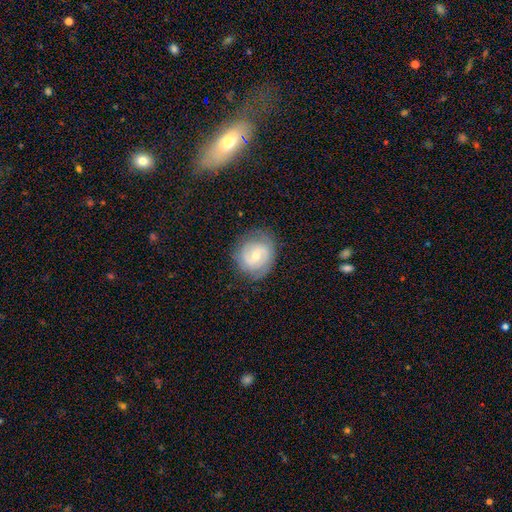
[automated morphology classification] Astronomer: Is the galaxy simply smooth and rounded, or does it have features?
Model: featured or disk — 69%.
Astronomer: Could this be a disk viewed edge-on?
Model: no — 98%.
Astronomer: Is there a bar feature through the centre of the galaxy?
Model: weak — 55% (runner-up: no, 33%).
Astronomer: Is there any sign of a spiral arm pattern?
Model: yes — 89%.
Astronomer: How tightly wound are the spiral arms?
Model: tight — 47% (runner-up: medium, 40%).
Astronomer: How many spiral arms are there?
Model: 2 — 72%.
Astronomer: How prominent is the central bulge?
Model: small — 50% (runner-up: moderate, 45%).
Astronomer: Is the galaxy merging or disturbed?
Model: none — 78%.